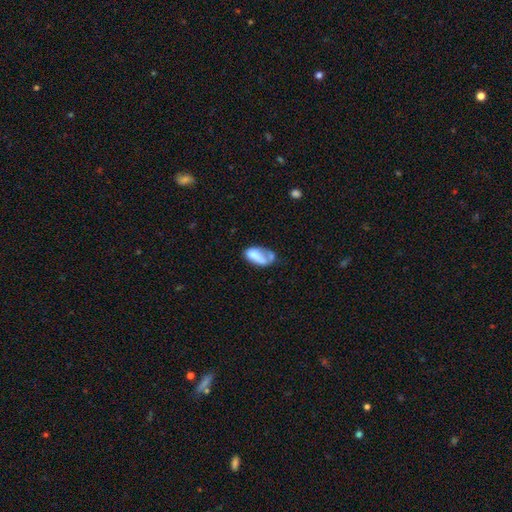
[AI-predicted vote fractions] Smooth or featured? Predicted: smooth (p=0.63). How rounded? Predicted: in between (p=0.91). Merging? Predicted: none (p=0.28).